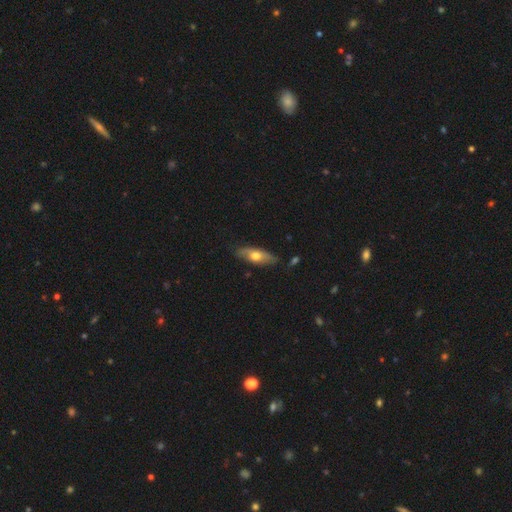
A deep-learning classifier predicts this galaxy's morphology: This appears to be a smooth galaxy with no disk features (52%) that is in between round and cigar-shaped (64%). Merging: none (75%).